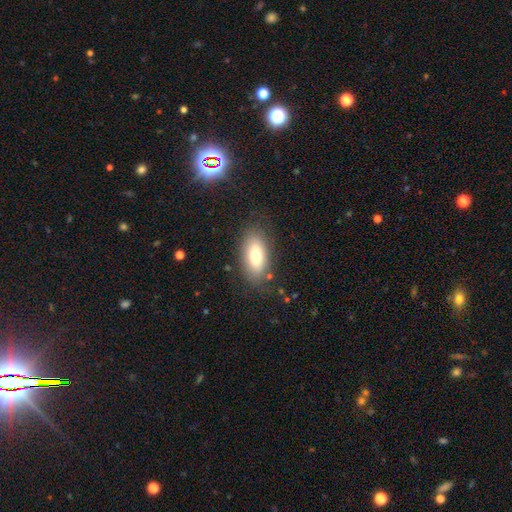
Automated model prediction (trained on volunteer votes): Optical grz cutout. It shows a smooth galaxy with no disk features (79%) that is in between round and cigar-shaped (88%). Merging: none (80%).